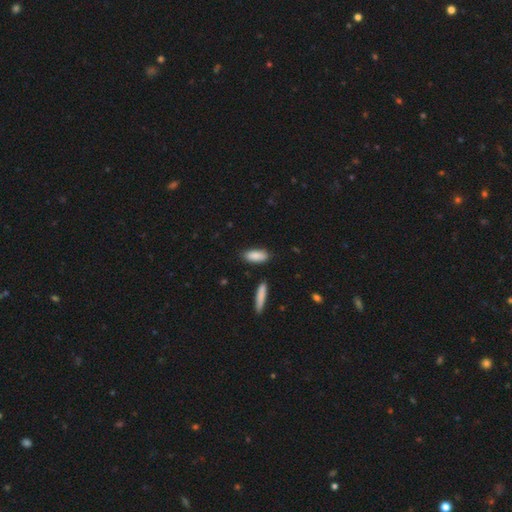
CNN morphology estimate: Overall: smooth (87%). How rounded: in between (77%). Merging: none (81%).